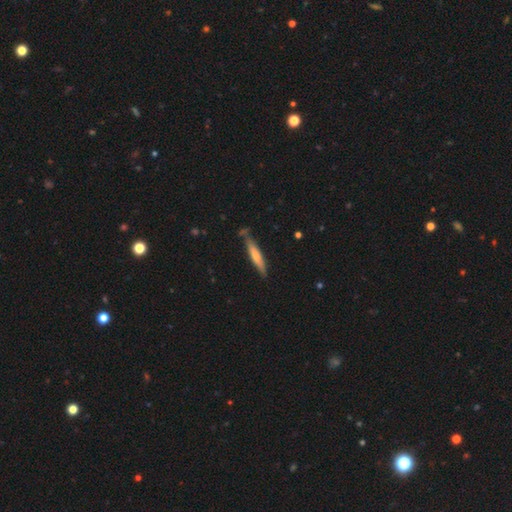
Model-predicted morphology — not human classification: type=smooth (63%); roundness=cigar-shaped (91%); merging=none (77%).